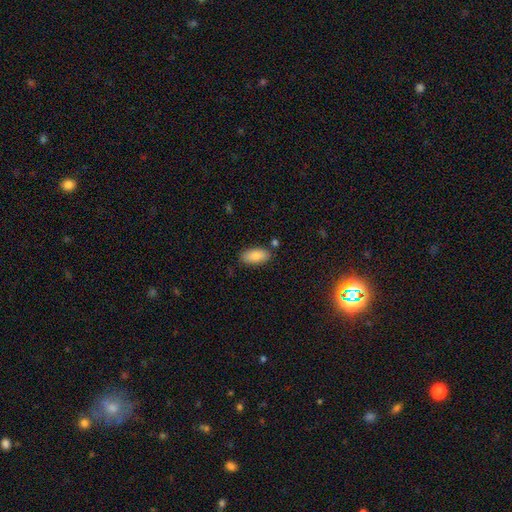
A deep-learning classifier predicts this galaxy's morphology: smooth 86%, featured or disk 7%, star or artifact 6%. Down the decision tree: how rounded — in between (90%); merging — none (82%).